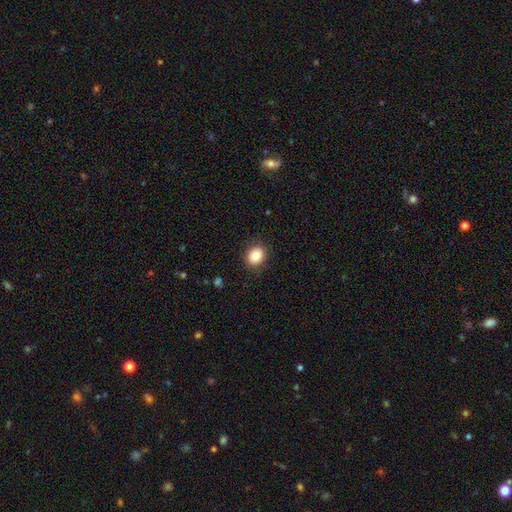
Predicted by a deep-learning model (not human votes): Smooth or featured? smooth (84%)
How rounded? round (68%)
Merging? none (88%)